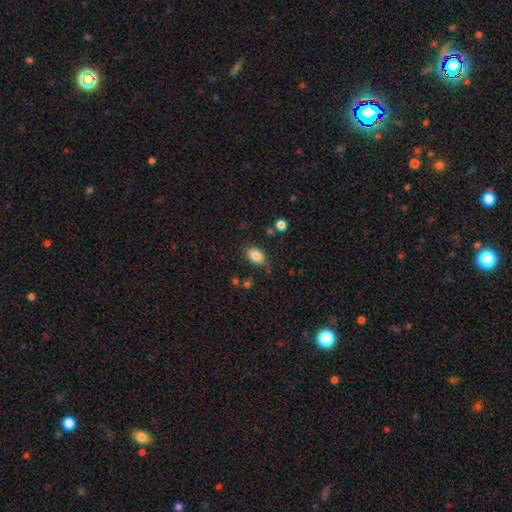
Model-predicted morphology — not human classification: Smooth or featured?
  - smooth: 85% *
  - star or artifact: 9%
  - featured or disk: 6%
How rounded?
  - in between: 81% *
  - round: 18%
  - cigar-shaped: 1%
Merging?
  - none: 78% *
  - minor disturbance: 15%
  - major disturbance: 4%
  - merger: 3%